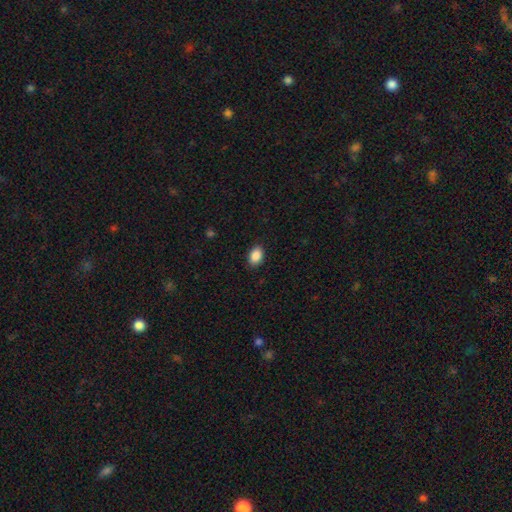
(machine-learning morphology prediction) Smooth or featured: smooth — 89% (star or artifact — 8%)
How rounded: in between — 84% (round — 15%)
Merging: none — 88% (minor disturbance — 9%)